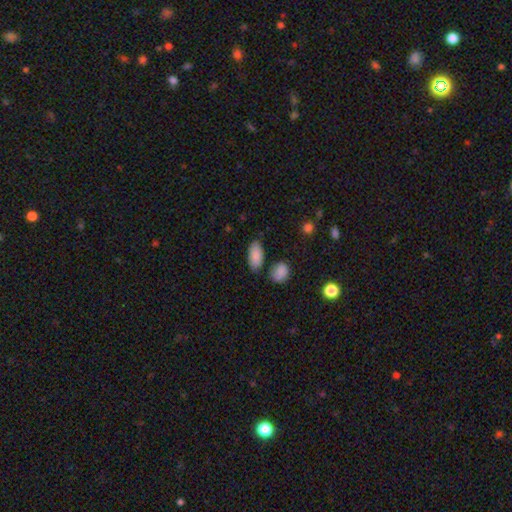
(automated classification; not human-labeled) Smooth or featured? Predicted: smooth (p=0.88). How rounded? Predicted: in between (p=0.92). Merging? Predicted: none (p=0.76).